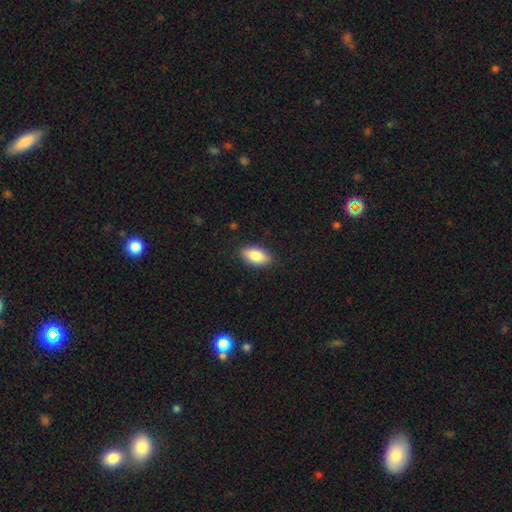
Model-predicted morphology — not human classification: Smooth or featured? Predicted: smooth (p=0.86). How rounded? Predicted: in between (p=0.89). Merging? Predicted: none (p=0.87).